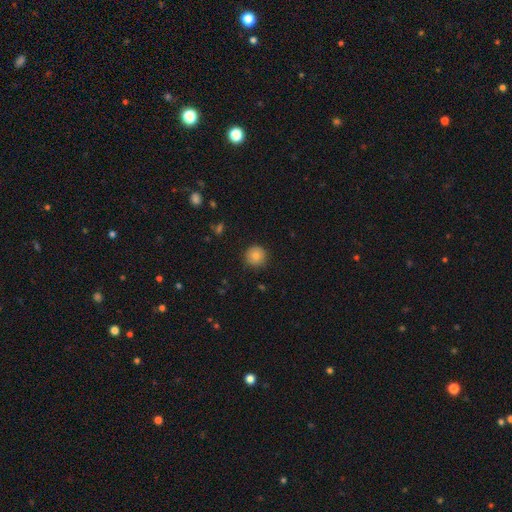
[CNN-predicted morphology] Smooth or featured?
  - smooth: 81% *
  - star or artifact: 10%
  - featured or disk: 9%
How rounded?
  - round: 95% *
  - in between: 4%
  - cigar-shaped: 1%
Merging?
  - none: 88% *
  - minor disturbance: 9%
  - major disturbance: 2%
  - merger: 1%